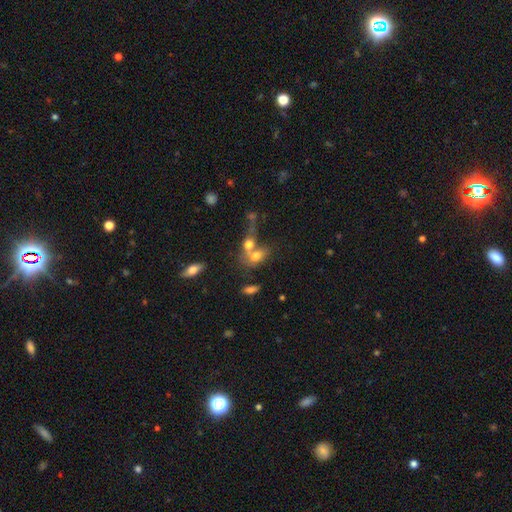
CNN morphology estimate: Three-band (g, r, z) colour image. It shows a smooth galaxy with no disk features (67%) that is in between round and cigar-shaped (74%). Merging: merger (64%).